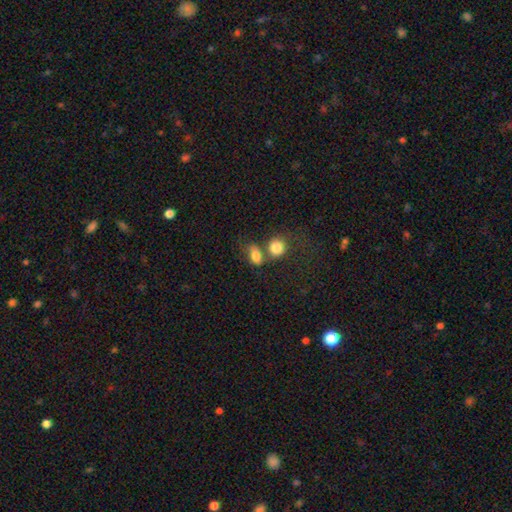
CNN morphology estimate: smooth_or_featured: smooth (p=0.82) [alt: star or artifact p=0.09]
how_rounded: in between (p=0.75) [alt: round p=0.22]
merging: merger (p=0.45) [alt: none p=0.35]